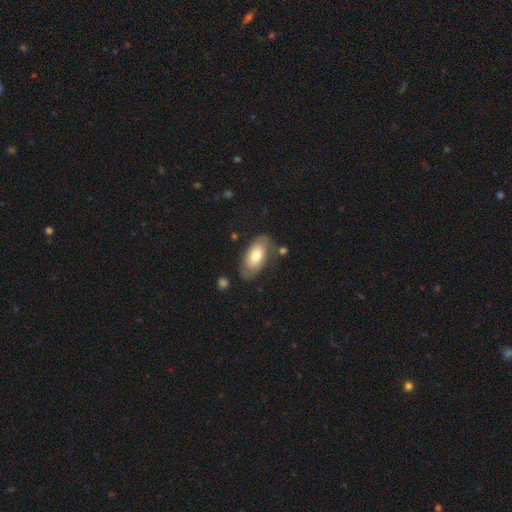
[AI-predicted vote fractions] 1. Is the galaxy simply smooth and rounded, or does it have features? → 67% smooth, 27% featured or disk, 6% star or artifact.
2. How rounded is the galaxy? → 92% in between, 5% cigar-shaped, 3% round.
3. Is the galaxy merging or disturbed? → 69% none, 20% minor disturbance, 7% major disturbance, 5% merger.